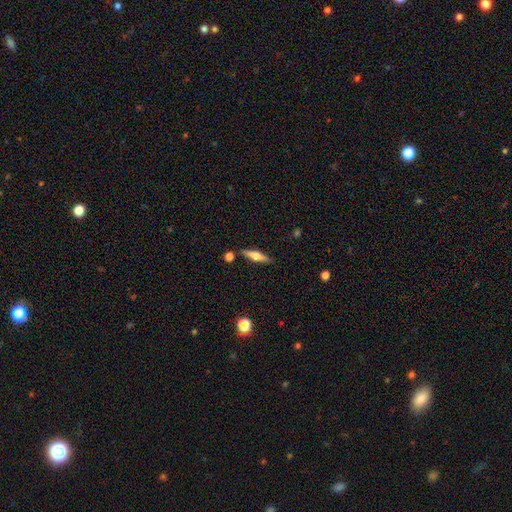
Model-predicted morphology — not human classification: smooth-or-featured: featured or disk: 57% | smooth: 36% | star or artifact: 6%
  disk-edge-on: yes: 95% | no: 5%
    edge-on-bulge: rounded: 92% | boxy: 5% | none: 3%
  merging: none: 85% | minor disturbance: 9% | merger: 4% | major disturbance: 2%